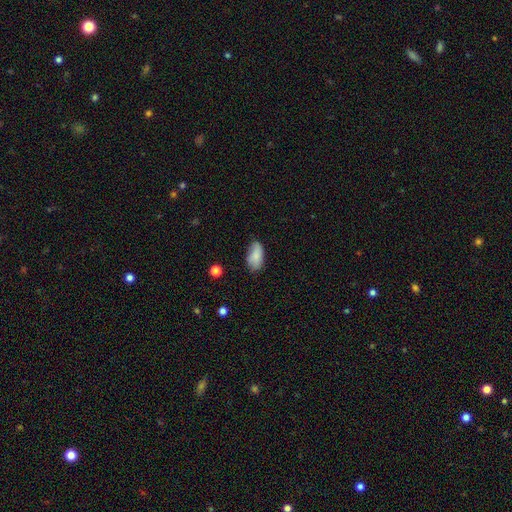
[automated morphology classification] This appears to be a smooth galaxy with no disk features (83%) that is in between round and cigar-shaped (92%). Merging: none (62%).